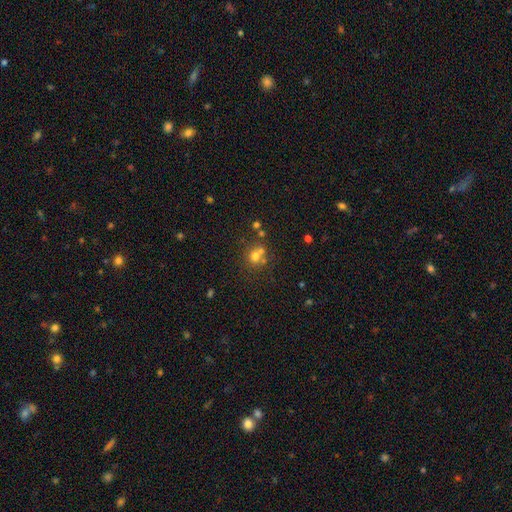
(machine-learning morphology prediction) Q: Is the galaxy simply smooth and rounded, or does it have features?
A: smooth — 65%.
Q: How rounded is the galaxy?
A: round — 84%.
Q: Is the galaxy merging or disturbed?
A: none — 51%.